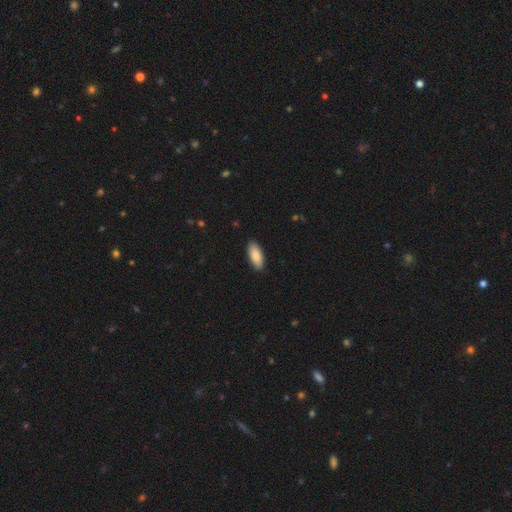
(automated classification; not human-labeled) The model was most divided on "how rounded": in between: 85%, cigar-shaped: 13%, round: 2%. More confident: merging — none (90%); smooth or featured — smooth (86%).